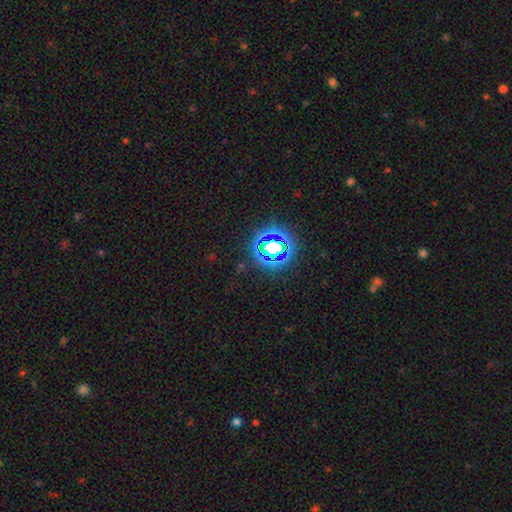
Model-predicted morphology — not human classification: Smooth or featured? Predicted: star or artifact (p=0.77).